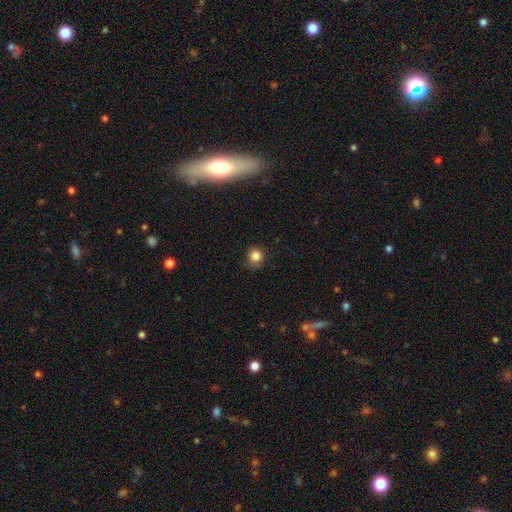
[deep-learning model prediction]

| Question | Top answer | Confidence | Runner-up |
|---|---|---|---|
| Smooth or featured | smooth | 83% | star or artifact (12%) |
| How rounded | round | 91% | in between (8%) |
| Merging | none | 78% | minor disturbance (16%) |